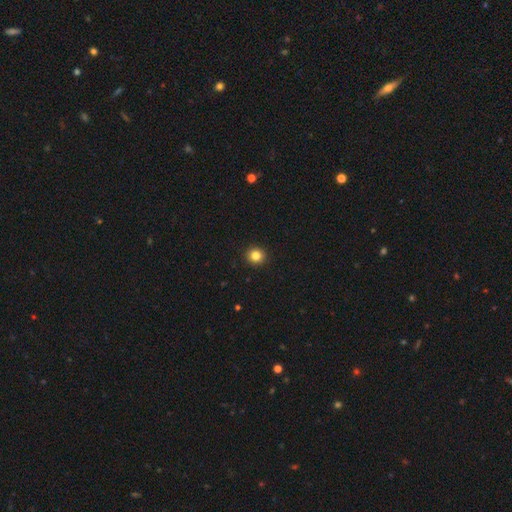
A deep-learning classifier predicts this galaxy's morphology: smooth-or-featured: smooth: 84% | star or artifact: 12% | featured or disk: 5%
  how-rounded: round: 93% | in between: 6% | cigar-shaped: 1%
  merging: none: 93% | minor disturbance: 4% | major disturbance: 1% | merger: 1%